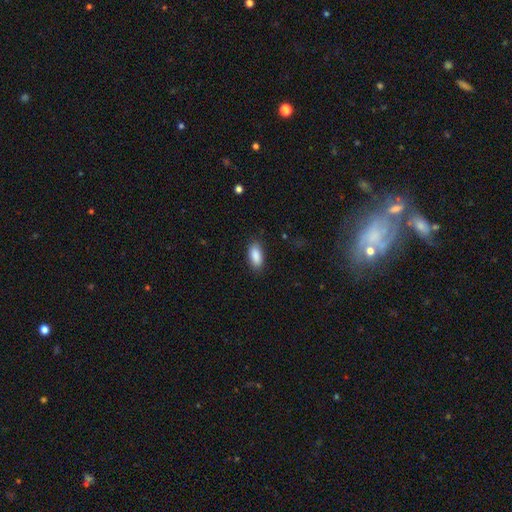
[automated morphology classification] Smooth or featured? smooth (89%)
How rounded? in between (87%)
Merging? none (85%)